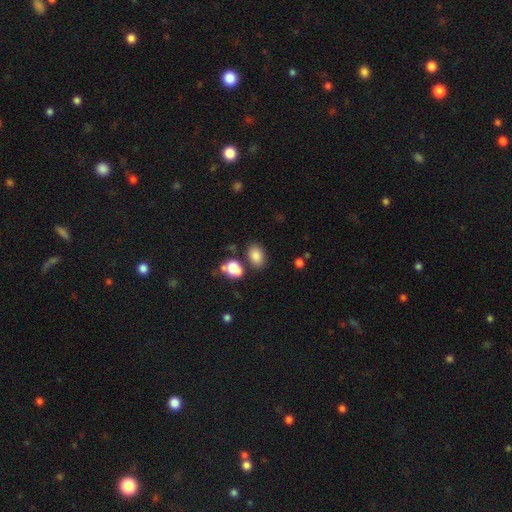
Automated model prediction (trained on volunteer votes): The model was most divided on "how rounded": in between: 78%, round: 21%, cigar-shaped: 1%. More confident: smooth or featured — smooth (82%); merging — none (72%).